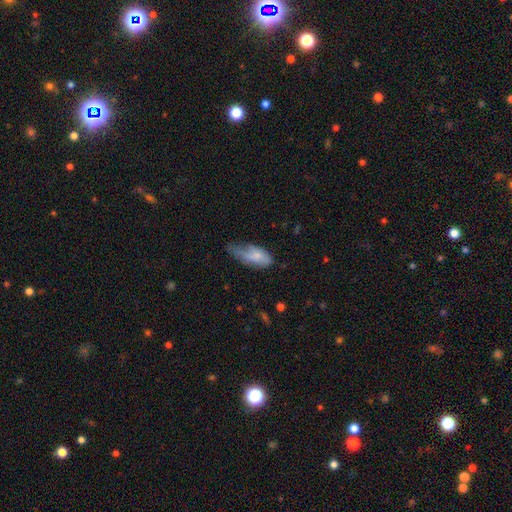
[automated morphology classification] Smooth or featured: smooth — 67% (featured or disk — 26%)
How rounded: in between — 83% (cigar-shaped — 15%)
Merging: minor disturbance — 43% (major disturbance — 28%)